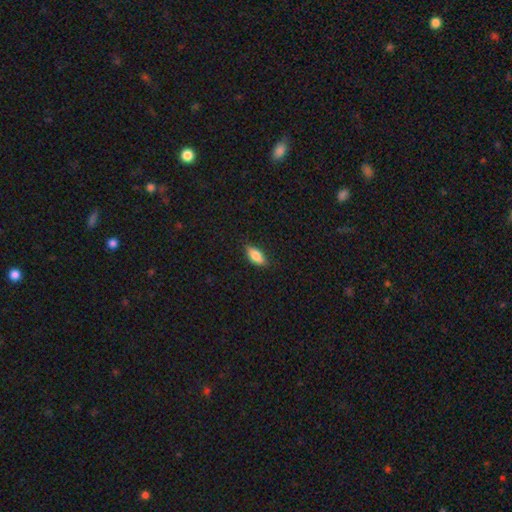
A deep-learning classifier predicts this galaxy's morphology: Smooth or featured?
  - smooth: 83% *
  - featured or disk: 11%
  - star or artifact: 7%
How rounded?
  - in between: 84% *
  - cigar-shaped: 14%
  - round: 3%
Merging?
  - none: 85% *
  - minor disturbance: 11%
  - major disturbance: 2%
  - merger: 1%